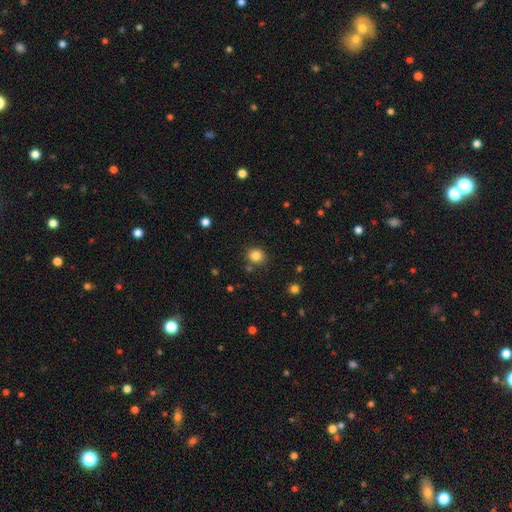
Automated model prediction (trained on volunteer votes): Smooth or featured? Predicted: smooth (p=0.84). How rounded? Predicted: round (p=0.81). Merging? Predicted: none (p=0.82).